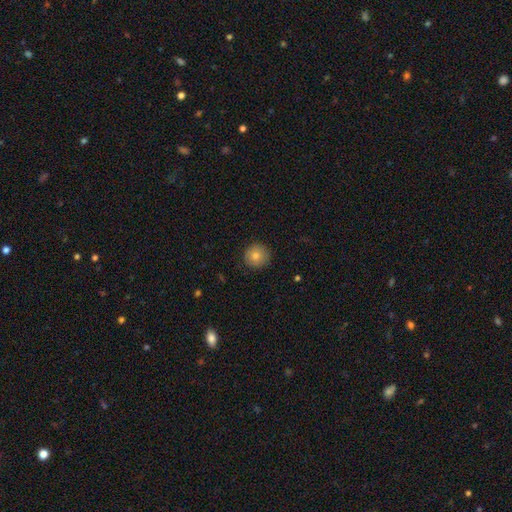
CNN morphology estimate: type=smooth (82%); roundness=round (94%); merging=none (89%).